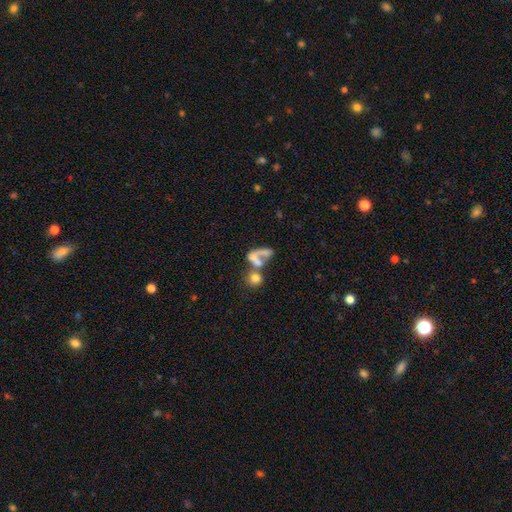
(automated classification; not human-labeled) The model was most divided on "smooth or featured": smooth: 49%, featured or disk: 37%, star or artifact: 14%. More confident: merging — merger (51%).